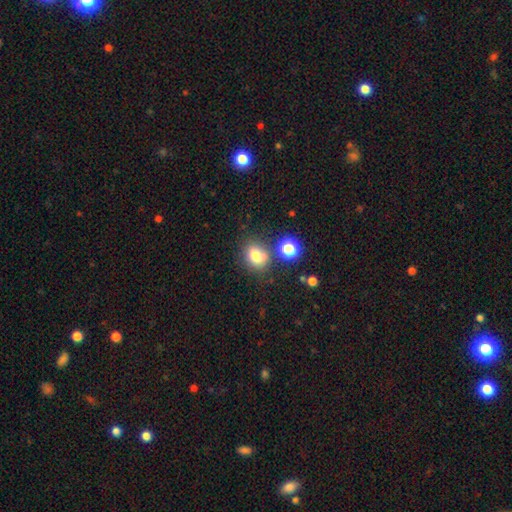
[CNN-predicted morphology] Smooth or featured?
  - smooth: 76% *
  - star or artifact: 15%
  - featured or disk: 9%
How rounded?
  - round: 61% *
  - in between: 38%
  - cigar-shaped: 1%
Merging?
  - none: 65% *
  - minor disturbance: 15%
  - merger: 15%
  - major disturbance: 5%